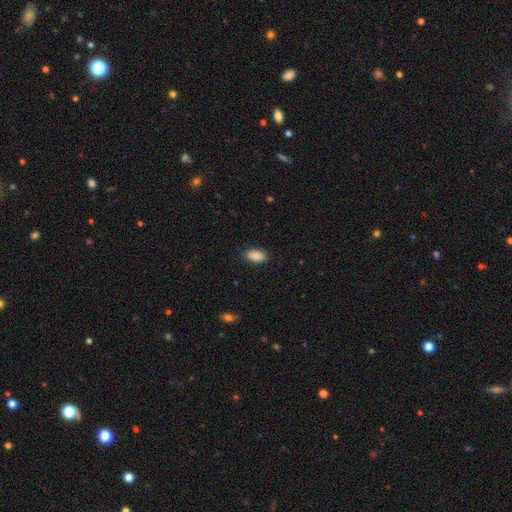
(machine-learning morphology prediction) Smooth or featured: smooth — 89% (star or artifact — 7%)
How rounded: in between — 92% (round — 5%)
Merging: none — 87% (minor disturbance — 10%)